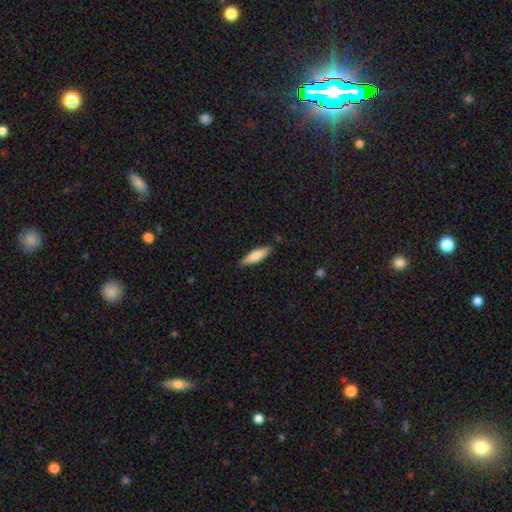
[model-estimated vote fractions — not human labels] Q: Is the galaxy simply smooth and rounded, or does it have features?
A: smooth — 79%.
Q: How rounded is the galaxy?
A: cigar-shaped — 67%.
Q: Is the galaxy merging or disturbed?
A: none — 85%.